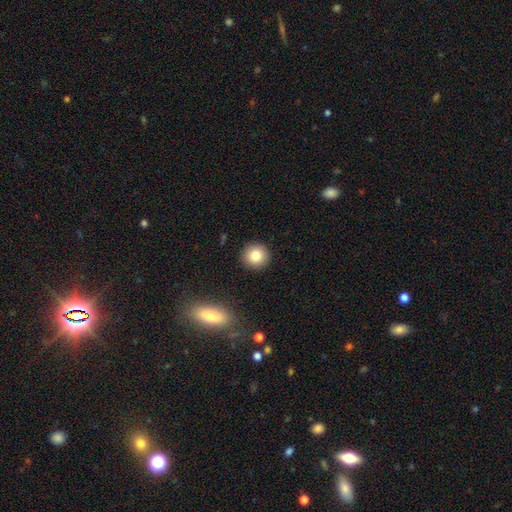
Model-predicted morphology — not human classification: type=smooth (82%); roundness=round (93%); merging=none (91%).